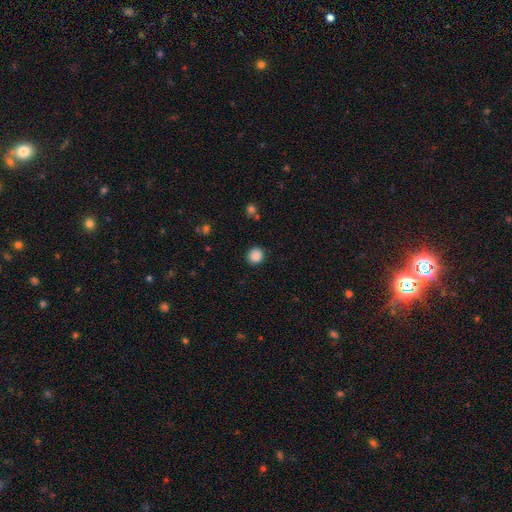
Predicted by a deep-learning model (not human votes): Smooth or featured? Predicted: smooth (p=0.87). How rounded? Predicted: round (p=0.91). Merging? Predicted: none (p=0.90).